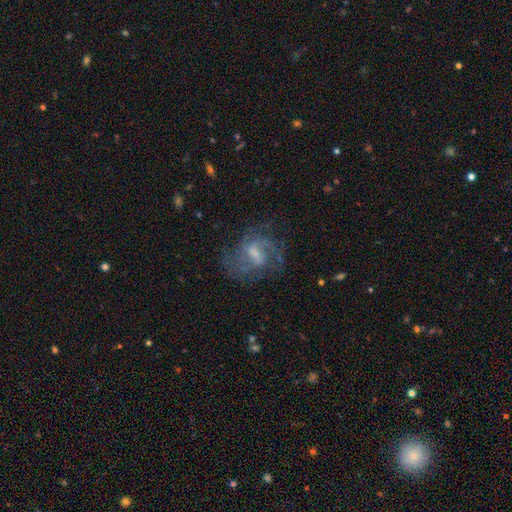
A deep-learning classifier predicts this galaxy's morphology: Overall: featured or disk (73%). Edge-on disk: no (96%). Bar: weak (55%; strong 24%). Spiral arms: yes (92%). Spiral arm count: 2 (44%; can't tell 25%). Spiral winding: medium (49%; tight 31%). Bulge size: moderate (39%; small 36%). Merging: none (71%).